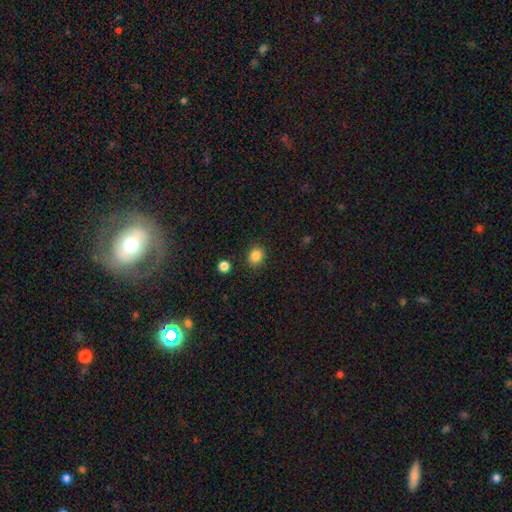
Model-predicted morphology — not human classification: smooth 85%, star or artifact 11%, featured or disk 4%. Down the decision tree: how rounded — round (66%); merging — none (87%).